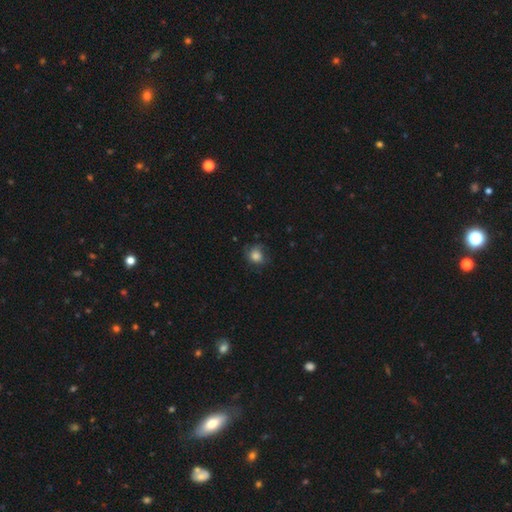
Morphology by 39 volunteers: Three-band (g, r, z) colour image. It shows a smooth galaxy with no disk features (77%) that is round (90%). Merging: none (69%).